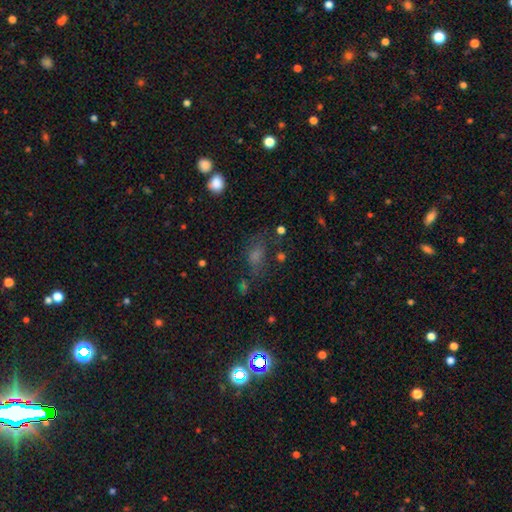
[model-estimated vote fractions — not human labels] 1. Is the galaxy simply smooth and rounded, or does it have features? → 52% smooth, 32% star or artifact, 16% featured or disk.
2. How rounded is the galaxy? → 71% in between, 21% round, 8% cigar-shaped.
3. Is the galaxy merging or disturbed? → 55% none, 20% minor disturbance, 19% major disturbance, 6% merger.